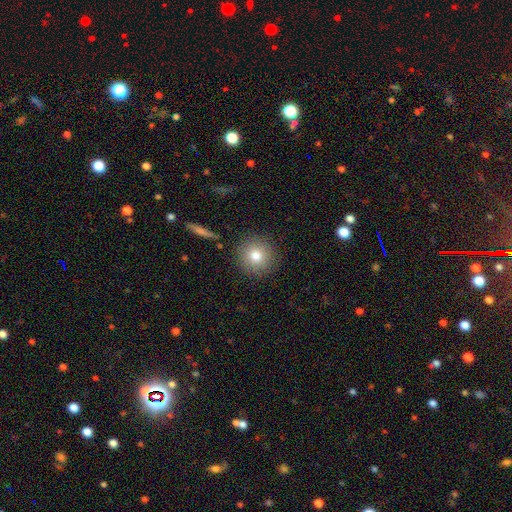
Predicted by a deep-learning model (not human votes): smooth 79%, featured or disk 11%, star or artifact 10%. Down the decision tree: how rounded — round (94%); merging — none (89%).